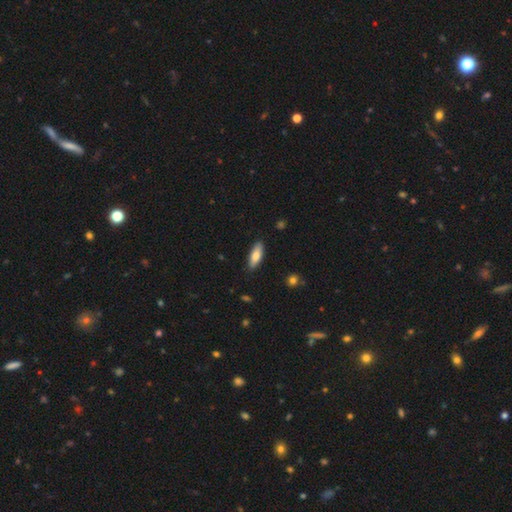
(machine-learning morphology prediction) Overall: smooth (75%). How rounded: in between (64%; cigar-shaped 34%). Merging: none (88%).